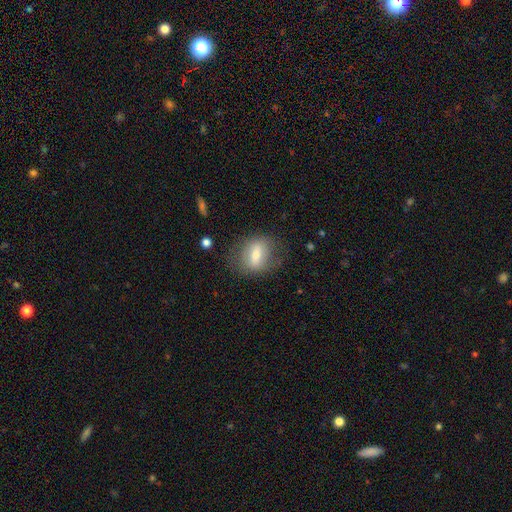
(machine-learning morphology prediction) type=smooth (56%); roundness=in between (59%); merging=none (74%).